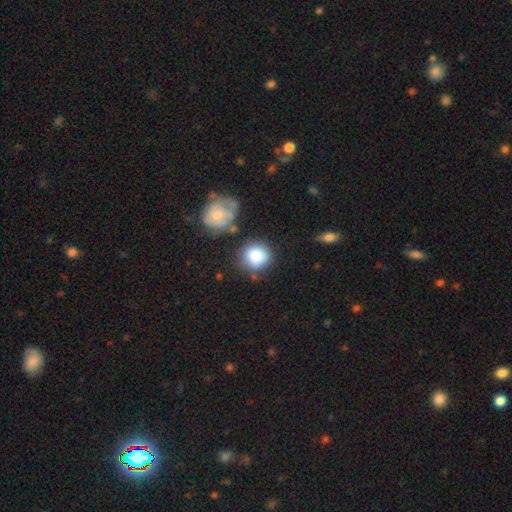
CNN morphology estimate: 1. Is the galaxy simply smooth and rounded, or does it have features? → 81% smooth, 12% featured or disk, 8% star or artifact.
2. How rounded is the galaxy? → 89% round, 10% in between, 1% cigar-shaped.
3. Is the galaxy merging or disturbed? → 68% none, 15% minor disturbance, 11% merger, 5% major disturbance.